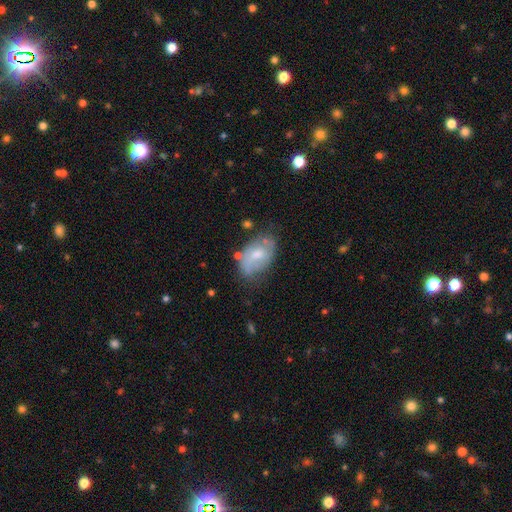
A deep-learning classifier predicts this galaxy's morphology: Smooth or featured: smooth — 48% (featured or disk — 44%)
Merging: none — 55% (minor disturbance — 29%)